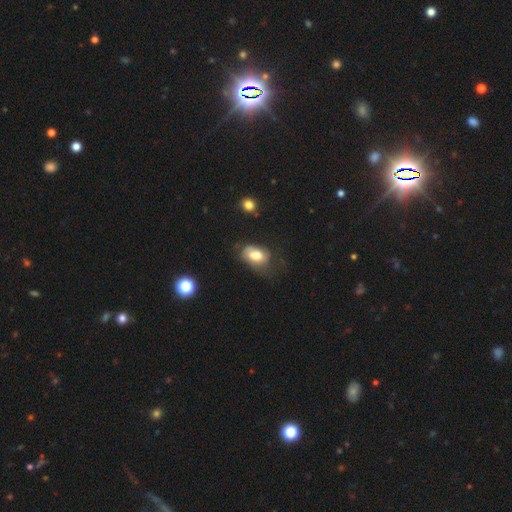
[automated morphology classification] Overall: smooth (71%). How rounded: in between (88%). Merging: none (38%; minor disturbance 32%).